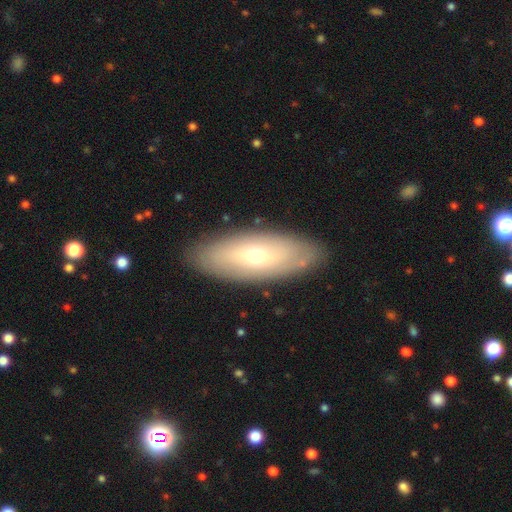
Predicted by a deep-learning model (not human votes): smooth_or_featured: smooth (p=0.48) [alt: featured or disk p=0.45]
merging: none (p=0.86) [alt: minor disturbance p=0.10]